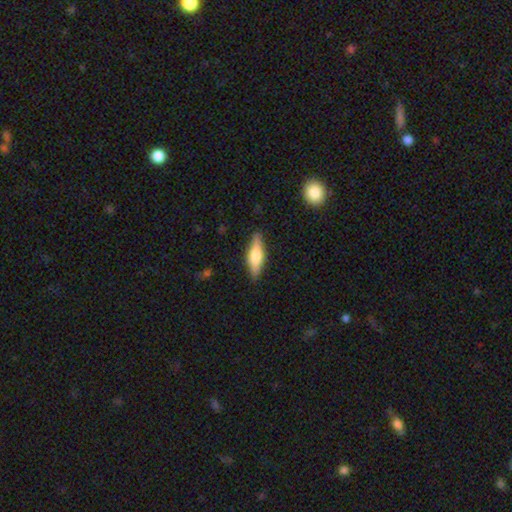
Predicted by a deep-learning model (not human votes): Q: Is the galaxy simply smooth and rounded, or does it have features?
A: smooth — 57%.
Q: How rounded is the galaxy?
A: cigar-shaped — 55%.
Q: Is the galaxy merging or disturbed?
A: none — 85%.